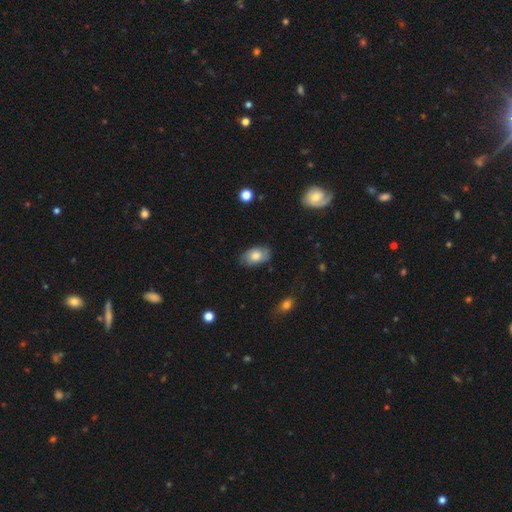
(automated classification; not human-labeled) Q: Smooth or featured?
A: smooth (66%); runner-up: featured or disk (27%)
Q: How rounded?
A: in between (92%); runner-up: round (7%)
Q: Merging?
A: none (77%); runner-up: minor disturbance (18%)